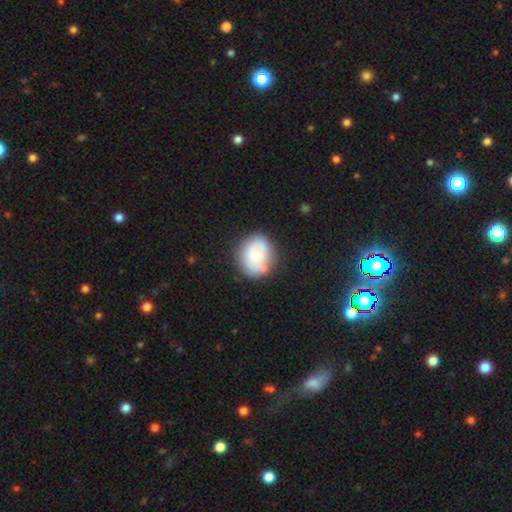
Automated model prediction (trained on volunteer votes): Q: Smooth or featured?
A: smooth (65%); runner-up: featured or disk (27%)
Q: How rounded?
A: round (64%); runner-up: in between (35%)
Q: Merging?
A: none (59%); runner-up: minor disturbance (22%)